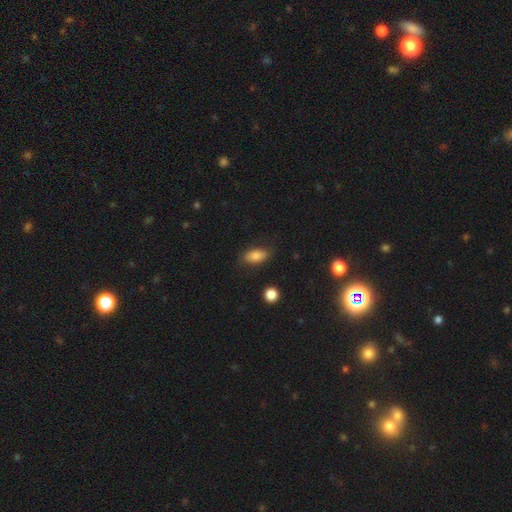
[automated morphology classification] Overall: smooth (81%). How rounded: in between (88%). Merging: none (78%).